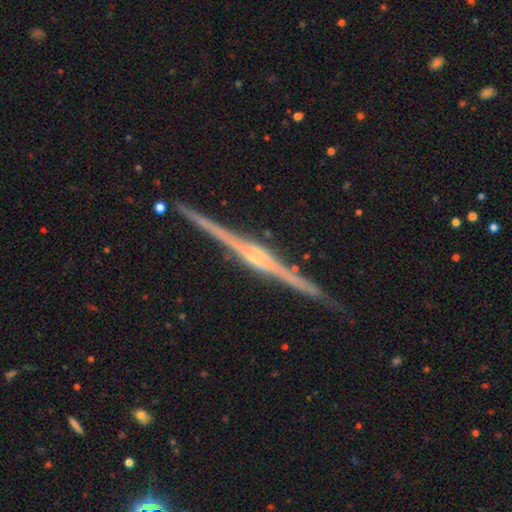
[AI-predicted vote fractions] Q: Smooth or featured?
A: featured or disk (90%); runner-up: star or artifact (5%)
Q: Edge-on disk?
A: yes (99%); runner-up: no (1%)
Q: Edge-on bulge?
A: rounded (68%); runner-up: boxy (19%)
Q: Merging?
A: none (92%); runner-up: minor disturbance (6%)